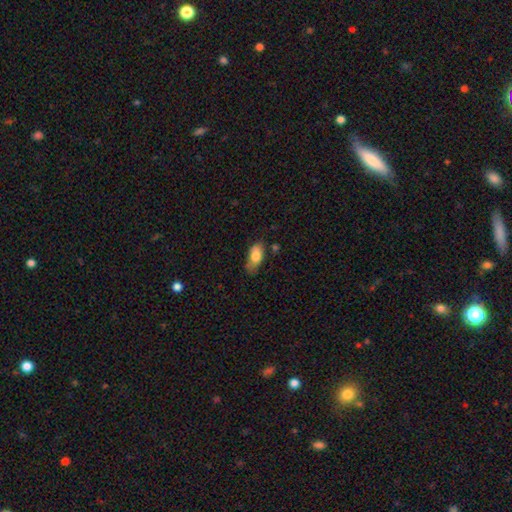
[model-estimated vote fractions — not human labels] smooth-or-featured: smooth: 77% | featured or disk: 16% | star or artifact: 7%
  how-rounded: in between: 87% | cigar-shaped: 9% | round: 4%
  merging: none: 56% | minor disturbance: 31% | major disturbance: 9% | merger: 4%